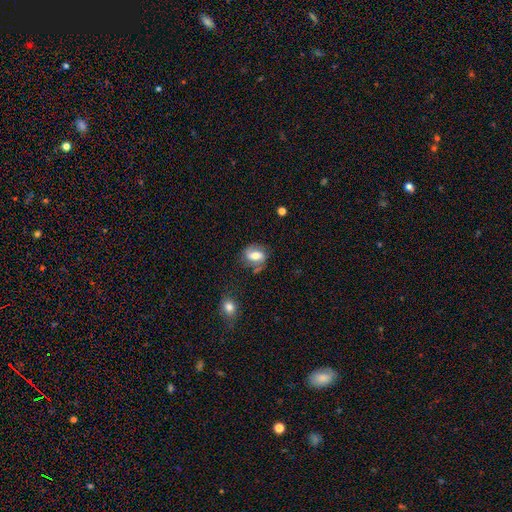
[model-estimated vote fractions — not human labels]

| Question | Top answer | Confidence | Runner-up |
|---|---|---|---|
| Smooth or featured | featured or disk | 49% | smooth (42%) |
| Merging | none | 65% | minor disturbance (21%) |